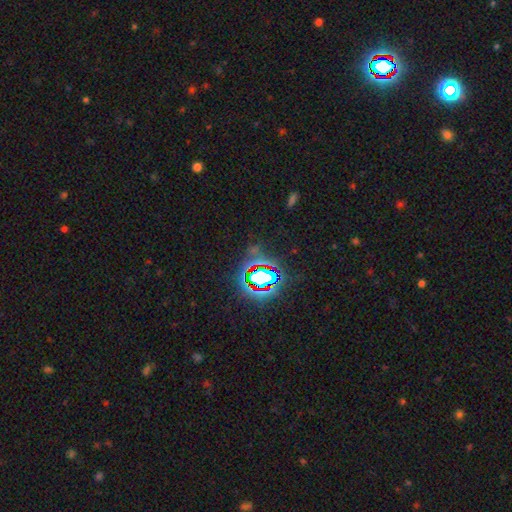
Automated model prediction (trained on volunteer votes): smooth-or-featured: star or artifact: 79% | smooth: 12% | featured or disk: 9%